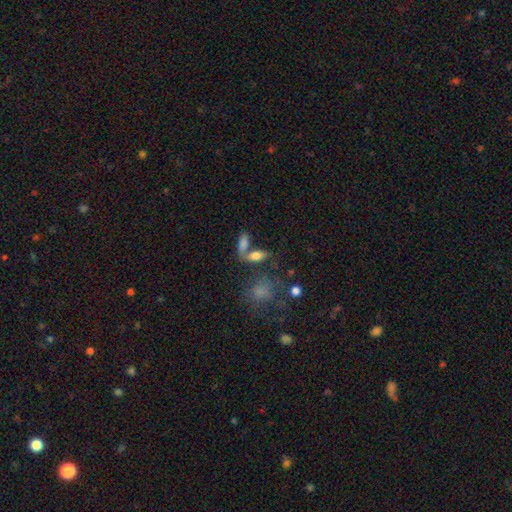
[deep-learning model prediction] The model was most divided on "merging": none: 43%, merger: 38%, minor disturbance: 12%, major disturbance: 7%. More confident: smooth or featured — smooth (73%); how rounded — in between (72%).